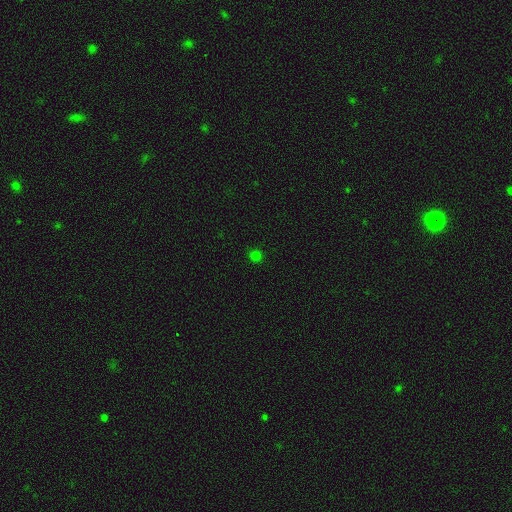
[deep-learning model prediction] The model was most divided on "smooth or featured": smooth: 74%, star or artifact: 22%, featured or disk: 4%. More confident: how rounded — round (92%); merging — none (91%).